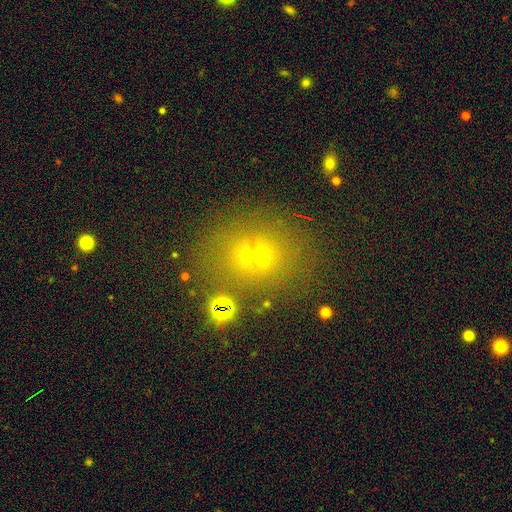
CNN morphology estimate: A smooth galaxy with no disk features (59%) that is round (55%). Merging: none (74%).